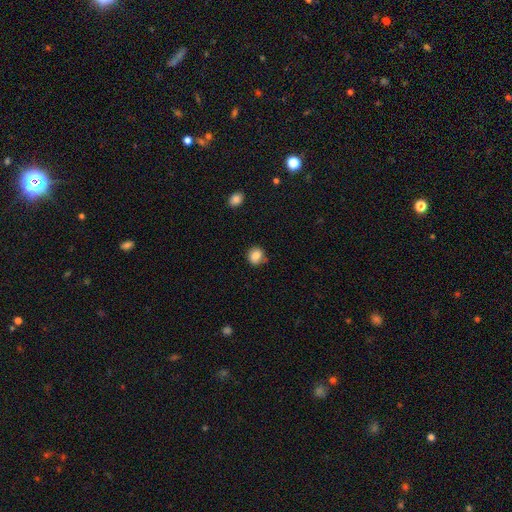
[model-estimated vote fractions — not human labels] Smooth or featured: smooth — 83% (star or artifact — 10%)
How rounded: round — 77% (in between — 22%)
Merging: none — 75% (minor disturbance — 18%)